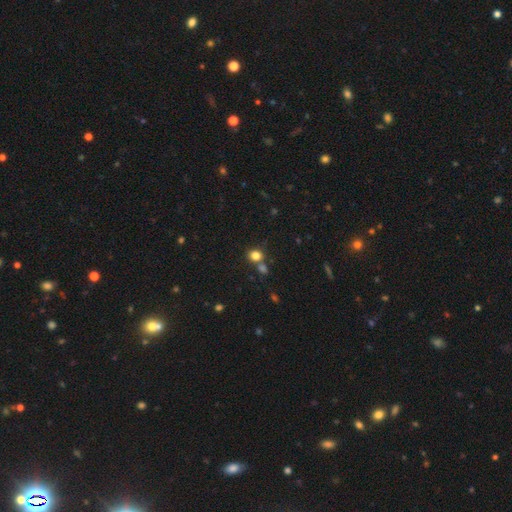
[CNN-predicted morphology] This appears to be a smooth galaxy with no disk features (81%) that is round (77%). Merging: none (63%).